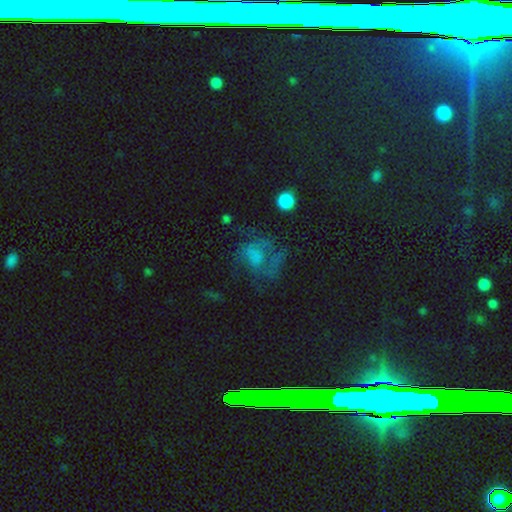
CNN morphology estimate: Overall: featured or disk (38%; smooth 36%). Merging: none (40%; major disturbance 36%).